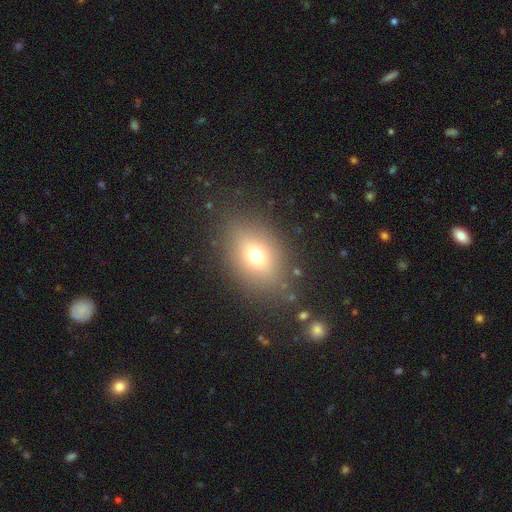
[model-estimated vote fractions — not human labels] smooth_or_featured: smooth (p=0.67) [alt: featured or disk p=0.18]
how_rounded: in between (p=0.73) [alt: round p=0.24]
merging: none (p=0.80) [alt: minor disturbance p=0.12]